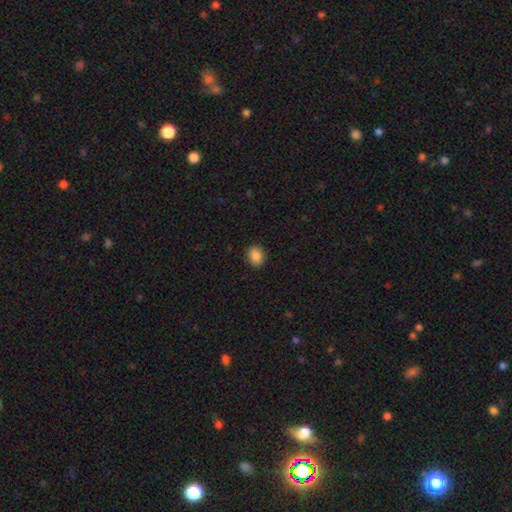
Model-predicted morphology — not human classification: A smooth galaxy with no disk features (88%) that is in between round and cigar-shaped (51%).

Vote fractions:
- Smooth or featured? smooth: 88% / star or artifact: 9% / featured or disk: 3%
- How rounded? in between: 51% / round: 48% / cigar-shaped: 1%
- Merging? none: 89% / minor disturbance: 8% / major disturbance: 2% / merger: 1%